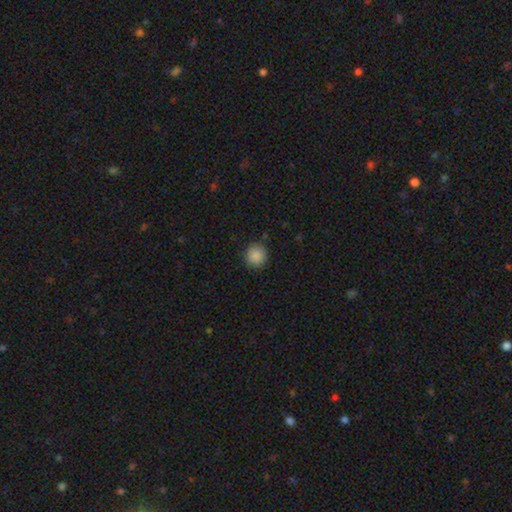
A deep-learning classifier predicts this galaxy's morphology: This appears to be a smooth galaxy with no disk features (88%) that is round (92%). Merging: none (89%).